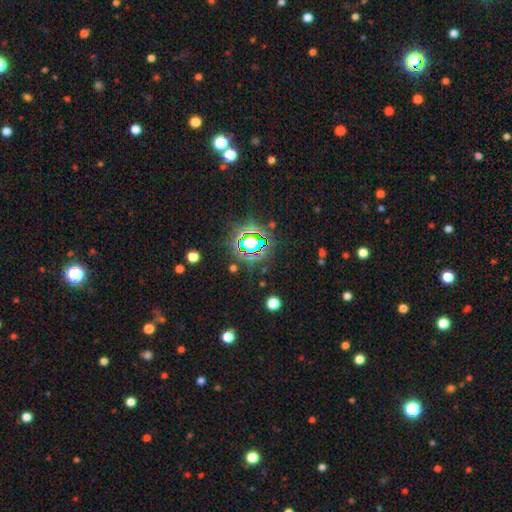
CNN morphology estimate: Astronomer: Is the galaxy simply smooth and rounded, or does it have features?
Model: star or artifact — 82%.